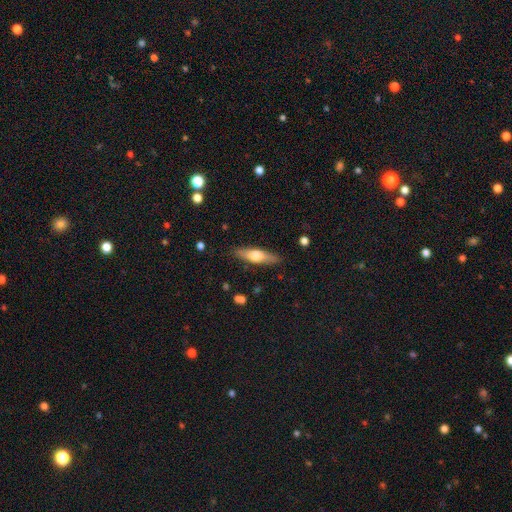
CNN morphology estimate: type=smooth (54%); roundness=cigar-shaped (65%); merging=none (87%).